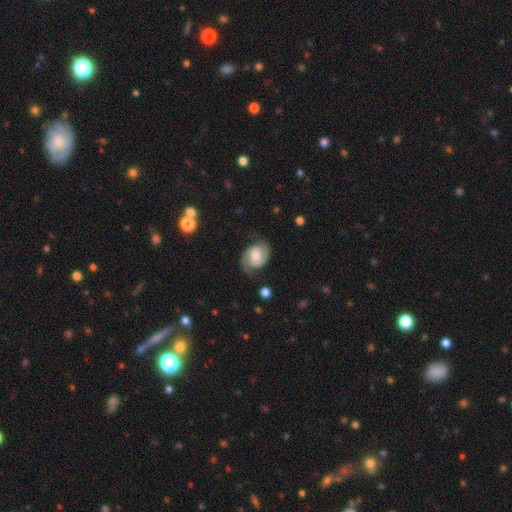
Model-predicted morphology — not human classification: The model was most divided on "spiral winding": medium: 44%, tight: 30%, loose: 25%. More confident: edge-on disk — no (97%); spiral arms — yes (88%); spiral arm count — 2 (83%); bulge size — moderate (64%); smooth or featured — featured or disk (63%); merging — none (63%); bar — no (61%).